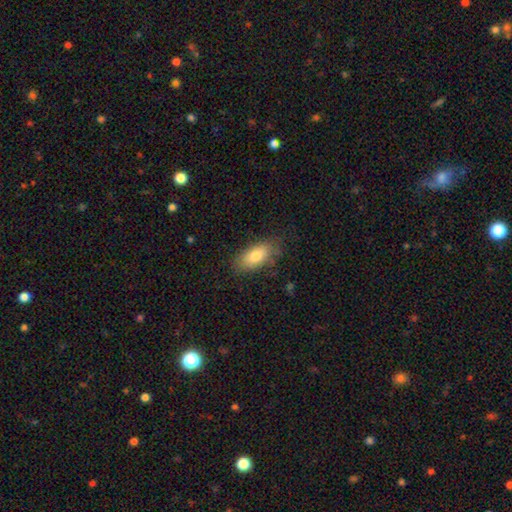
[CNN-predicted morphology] smooth 79%, featured or disk 14%, star or artifact 7%. Down the decision tree: how rounded — in between (88%); merging — none (77%).